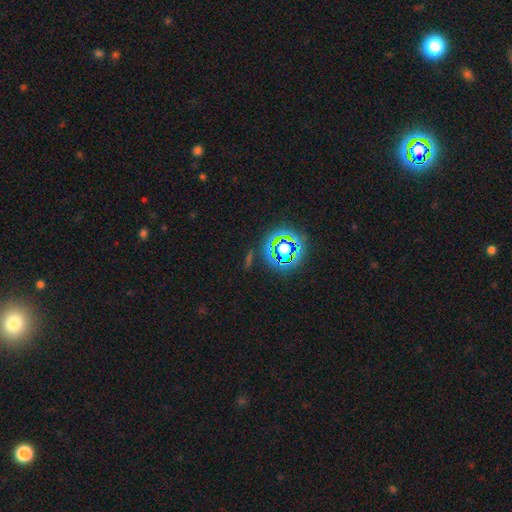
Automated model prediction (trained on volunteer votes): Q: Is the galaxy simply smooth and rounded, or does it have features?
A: star or artifact — 80%.